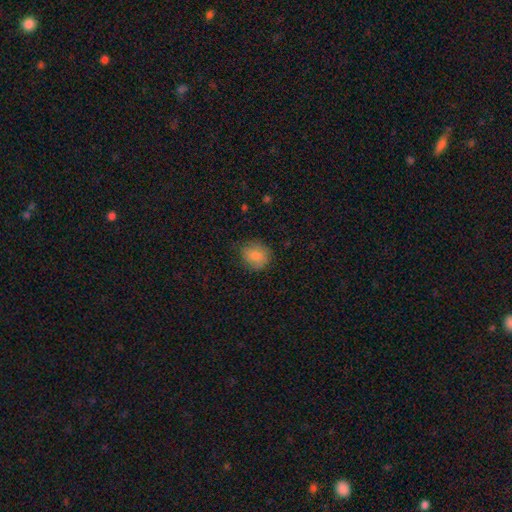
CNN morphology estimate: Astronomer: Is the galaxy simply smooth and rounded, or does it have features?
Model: smooth — 85%.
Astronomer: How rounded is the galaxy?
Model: round — 64%.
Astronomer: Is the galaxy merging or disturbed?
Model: none — 72%.